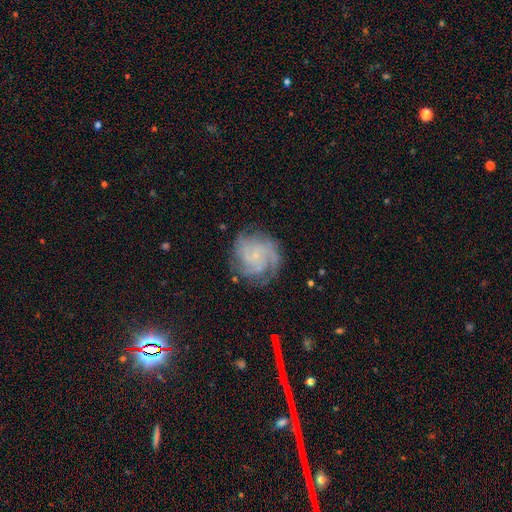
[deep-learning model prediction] Smooth or featured? Predicted: featured or disk (p=0.79). Edge-on disk? Predicted: no (p=0.98). Bar? Predicted: no (p=0.73). Spiral arms? Predicted: yes (p=0.95). Spiral winding? Predicted: tight (p=0.54). Spiral arm count? Predicted: 3 (p=0.29). Bulge size? Predicted: small (p=0.71). Merging? Predicted: none (p=0.72).